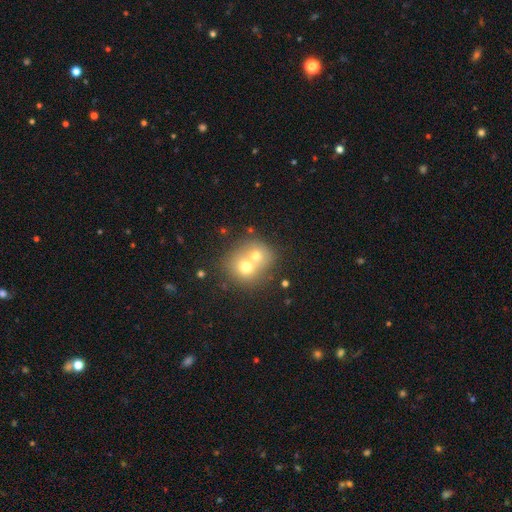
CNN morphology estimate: This appears to be a smooth galaxy with no disk features (64%) that is round (76%). Merging: merger (68%).